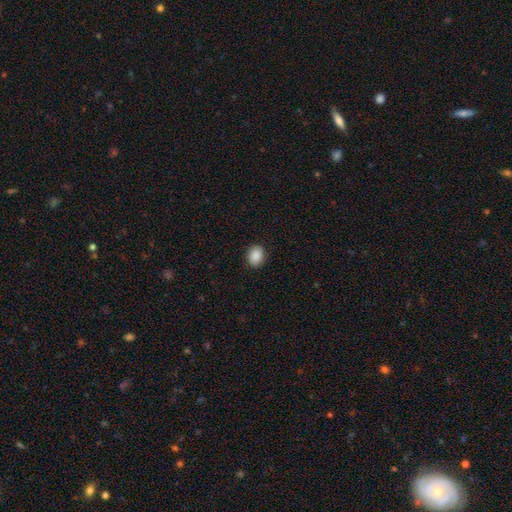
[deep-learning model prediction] Smooth or featured? smooth (89%)
How rounded? in between (50%)
Merging? none (89%)